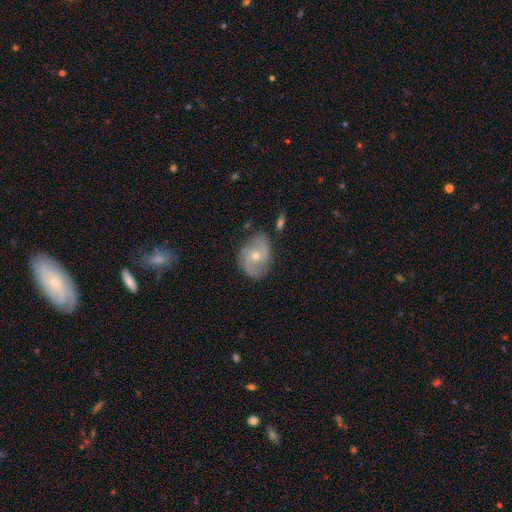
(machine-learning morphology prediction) A featured or disk galaxy (81%) with no bar (59%), 2 (86%) medium (47%) spiral arms (94%) and a moderate central bulge (52%).

Vote fractions:
- Smooth or featured? featured or disk: 81% / smooth: 12% / star or artifact: 7%
- Edge-on disk? no: 97% / yes: 3%
- Bar? no: 59% / weak: 34% / strong: 7%
- Spiral arms? yes: 94% / no: 6%
- Spiral winding? medium: 47% / loose: 31% / tight: 22%
- Spiral arm count? 2: 86% / can't tell: 6% / 3: 4% / 1: 2% / 4: 1% / more than 4: 1%
- Bulge size? moderate: 52% / small: 45% / large: 1% / none: 1% / dominant: 1%
- Merging? none: 79% / minor disturbance: 15% / major disturbance: 4% / merger: 2%